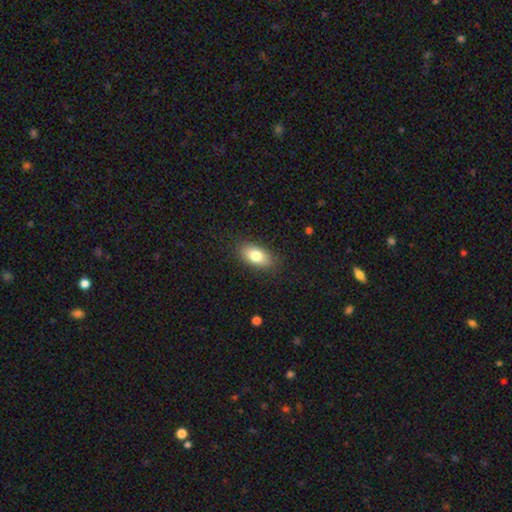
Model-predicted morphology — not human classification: A smooth galaxy with no disk features (79%) that is in between round and cigar-shaped (90%). Merging: none (86%).